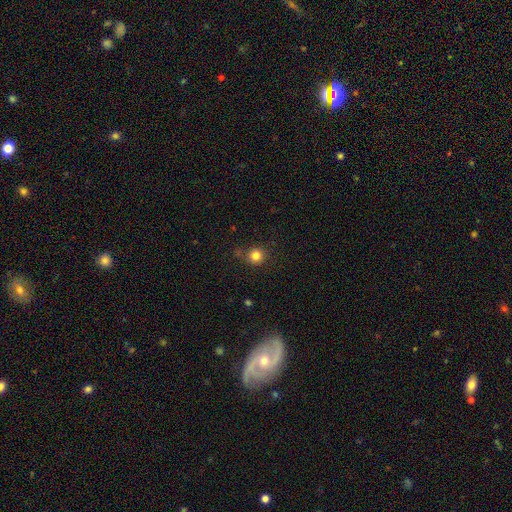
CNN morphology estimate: Overall: smooth (81%). How rounded: round (91%). Merging: none (81%).